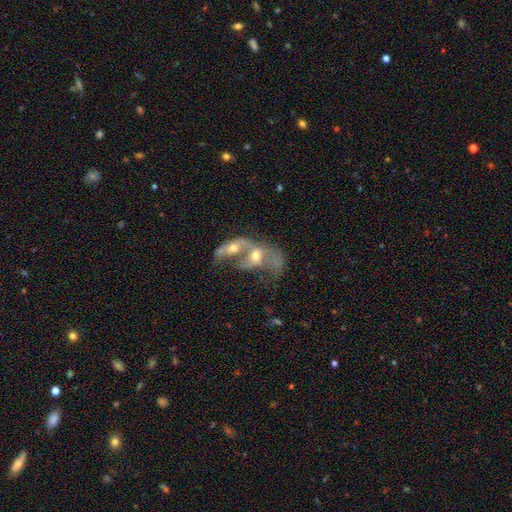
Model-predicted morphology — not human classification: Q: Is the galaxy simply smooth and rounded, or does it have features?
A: featured or disk — 59%.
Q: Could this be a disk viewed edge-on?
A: no — 94%.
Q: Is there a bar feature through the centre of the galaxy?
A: no — 73%.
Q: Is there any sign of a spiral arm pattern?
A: no — 60%.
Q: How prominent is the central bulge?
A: moderate — 61%.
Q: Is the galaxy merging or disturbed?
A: merger — 80%.